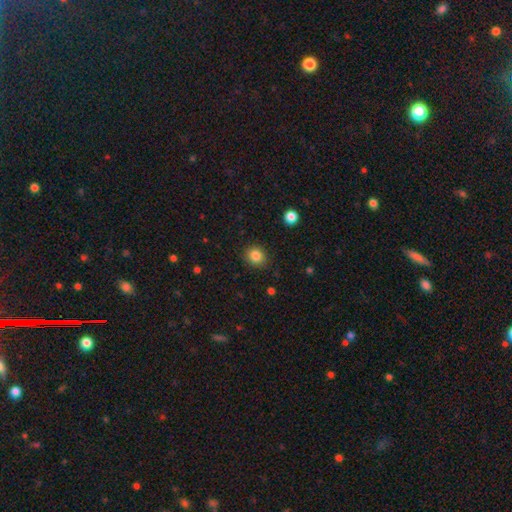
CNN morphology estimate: Smooth or featured?
  - smooth: 84% *
  - star or artifact: 11%
  - featured or disk: 5%
How rounded?
  - round: 81% *
  - in between: 18%
  - cigar-shaped: 1%
Merging?
  - none: 88% *
  - minor disturbance: 8%
  - major disturbance: 2%
  - merger: 1%